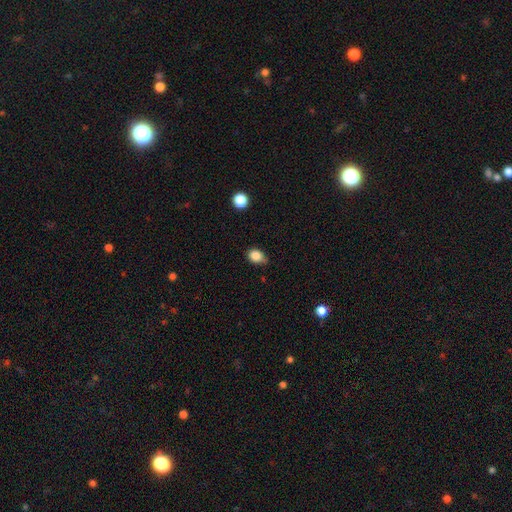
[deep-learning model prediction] Smooth or featured? smooth (85%)
How rounded? in between (52%)
Merging? none (62%)